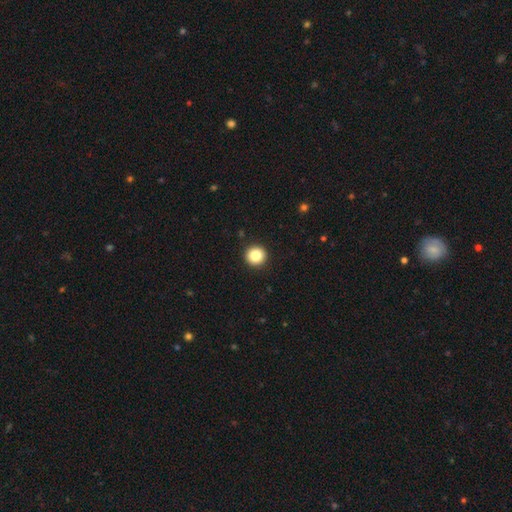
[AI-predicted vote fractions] This is clearly a smooth galaxy (85%). How rounded: clearly round (96%). Merging: clearly none (93%).